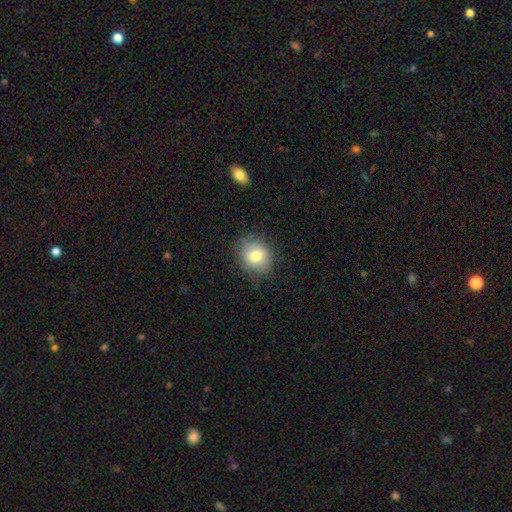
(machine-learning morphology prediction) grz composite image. It shows a smooth galaxy with no disk features (76%) that is round (67%). Merging: none (79%).